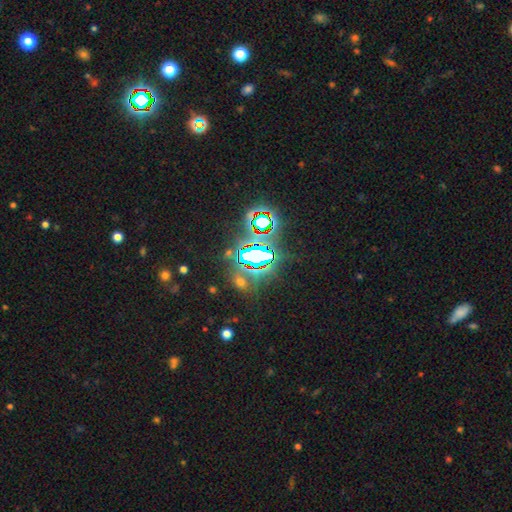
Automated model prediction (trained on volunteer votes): Morphology: type=star or artifact (77%).